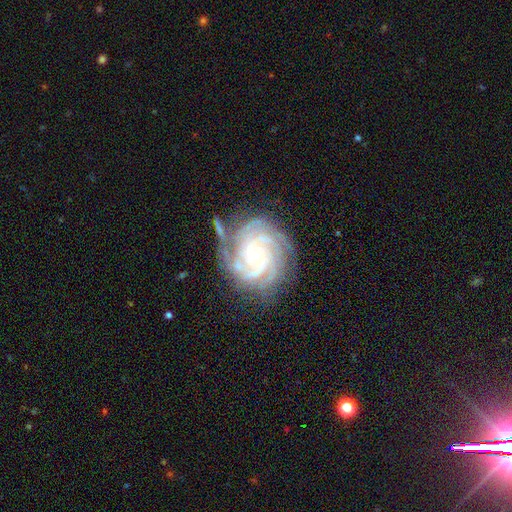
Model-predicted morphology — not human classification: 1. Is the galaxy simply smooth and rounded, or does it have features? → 90% featured or disk, 6% star or artifact, 4% smooth.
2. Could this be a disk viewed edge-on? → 98% no, 2% yes.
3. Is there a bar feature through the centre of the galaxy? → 69% no, 23% weak, 8% strong.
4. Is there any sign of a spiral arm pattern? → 98% yes, 2% no.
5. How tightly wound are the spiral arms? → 76% tight, 21% medium, 3% loose.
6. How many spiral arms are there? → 33% 4, 25% 3, 13% more than 4, 13% can't tell, 10% 2, 6% 1.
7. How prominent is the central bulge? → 74% small, 22% moderate, 2% large, 2% none, 1% dominant.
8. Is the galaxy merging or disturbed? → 73% none, 17% minor disturbance, 7% major disturbance, 3% merger.